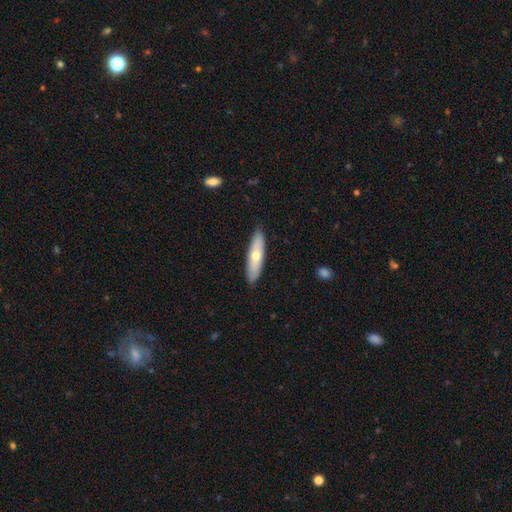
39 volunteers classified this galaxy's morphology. This appears to be a smooth galaxy with no disk features (56%) that is cigar-shaped (82%). Merging: none (87%).